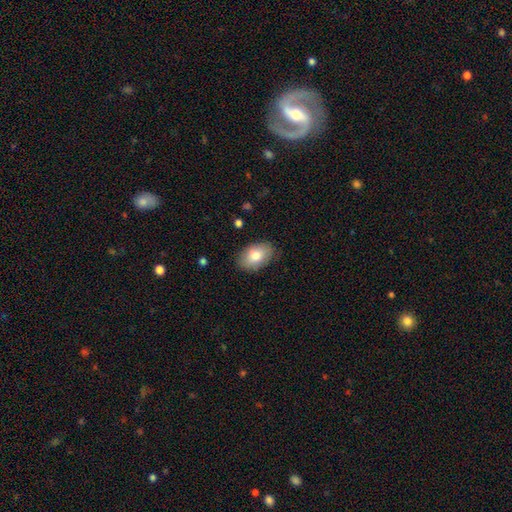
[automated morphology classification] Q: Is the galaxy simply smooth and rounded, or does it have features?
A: smooth — 79%.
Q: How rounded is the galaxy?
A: in between — 89%.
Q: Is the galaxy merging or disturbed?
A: none — 84%.